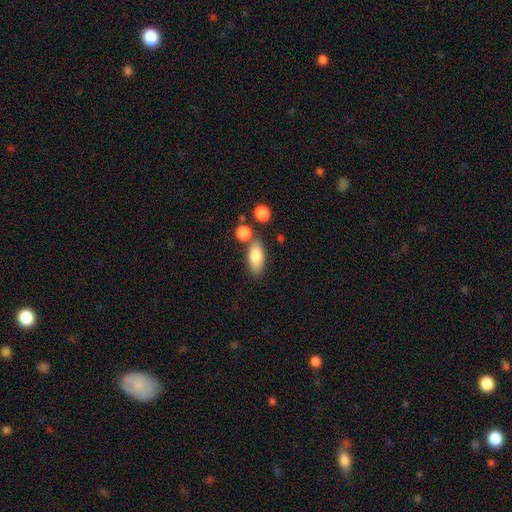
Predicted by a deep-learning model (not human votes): A smooth galaxy with no disk features (80%) that is in between round and cigar-shaped (84%).

Vote fractions:
- Smooth or featured? smooth: 80% / featured or disk: 12% / star or artifact: 7%
- How rounded? in between: 84% / cigar-shaped: 11% / round: 5%
- Merging? none: 68% / merger: 15% / minor disturbance: 13% / major disturbance: 4%